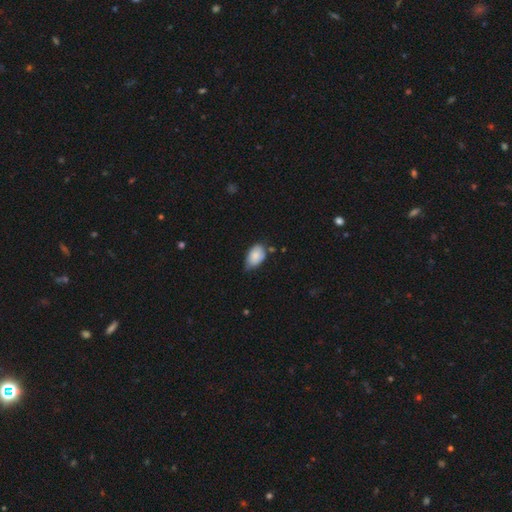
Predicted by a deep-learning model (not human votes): Smooth or featured: smooth — 82% (featured or disk — 11%)
How rounded: in between — 89% (round — 10%)
Merging: minor disturbance — 45% (none — 44%)